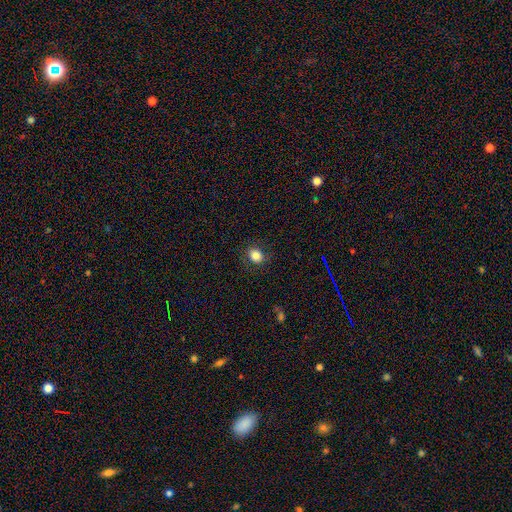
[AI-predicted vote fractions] Smooth or featured: smooth — 82% (star or artifact — 10%)
How rounded: round — 65% (in between — 34%)
Merging: none — 84% (minor disturbance — 11%)